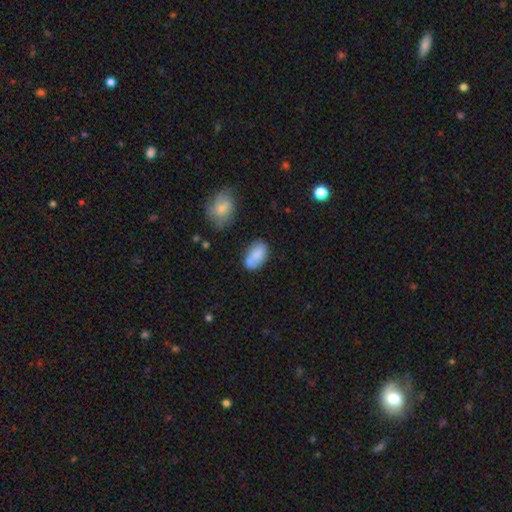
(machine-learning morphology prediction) This is likely a smooth galaxy (77%). How rounded: clearly in between (93%). Merging: likely none (62%).